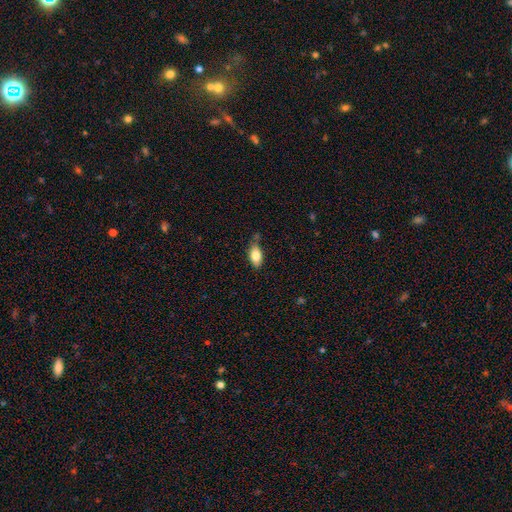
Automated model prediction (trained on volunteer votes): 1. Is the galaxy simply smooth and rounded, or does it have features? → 79% smooth, 13% featured or disk, 7% star or artifact.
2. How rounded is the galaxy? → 88% in between, 7% cigar-shaped, 5% round.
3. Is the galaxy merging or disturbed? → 63% none, 26% minor disturbance, 6% merger, 6% major disturbance.